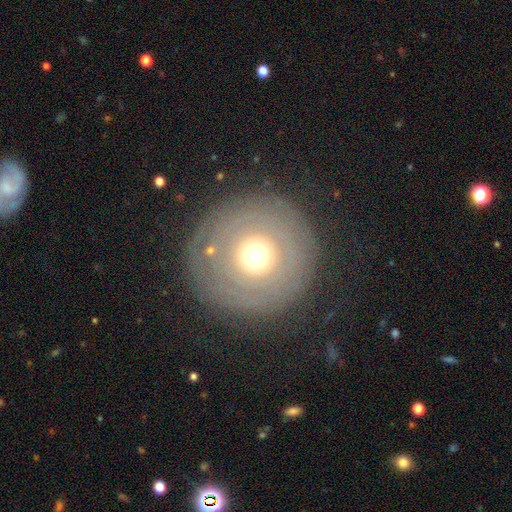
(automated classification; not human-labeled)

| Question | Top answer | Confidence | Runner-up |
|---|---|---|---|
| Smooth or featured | featured or disk | 51% | smooth (39%) |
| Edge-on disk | no | 95% | yes (5%) |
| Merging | none | 83% | minor disturbance (9%) |